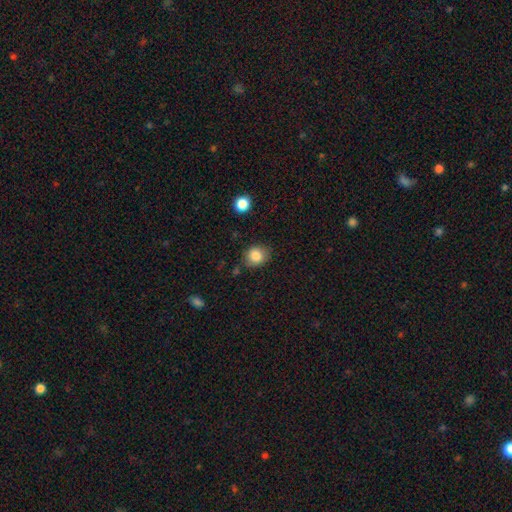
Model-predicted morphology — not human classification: The model was most divided on "how rounded": round: 64%, in between: 35%, cigar-shaped: 1%. More confident: smooth or featured — smooth (84%); merging — none (78%).